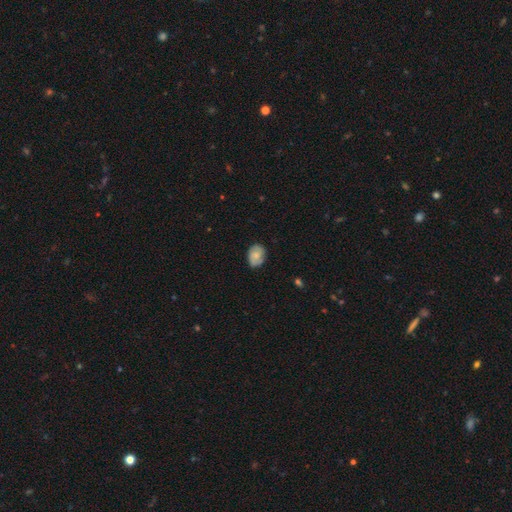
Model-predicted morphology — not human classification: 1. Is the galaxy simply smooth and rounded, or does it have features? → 61% smooth, 31% featured or disk, 8% star or artifact.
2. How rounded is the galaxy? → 71% in between, 28% round, 1% cigar-shaped.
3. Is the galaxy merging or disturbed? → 72% none, 22% minor disturbance, 4% major disturbance, 2% merger.